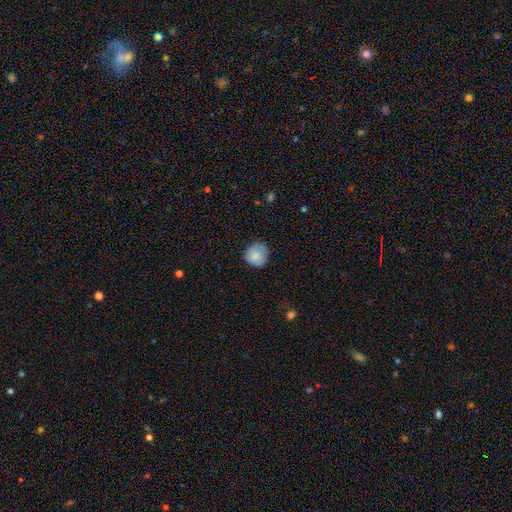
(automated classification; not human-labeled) A smooth galaxy with no disk features (82%) that is round (88%). Merging: none (74%).